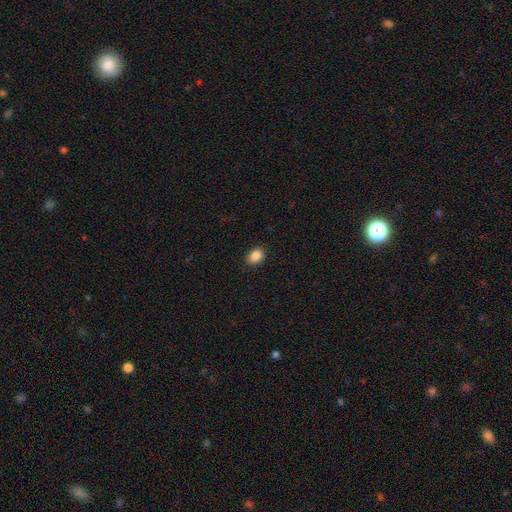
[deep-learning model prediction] smooth_or_featured: smooth (p=0.88) [alt: star or artifact p=0.09]
how_rounded: in between (p=0.71) [alt: round p=0.28]
merging: none (p=0.87) [alt: minor disturbance p=0.09]